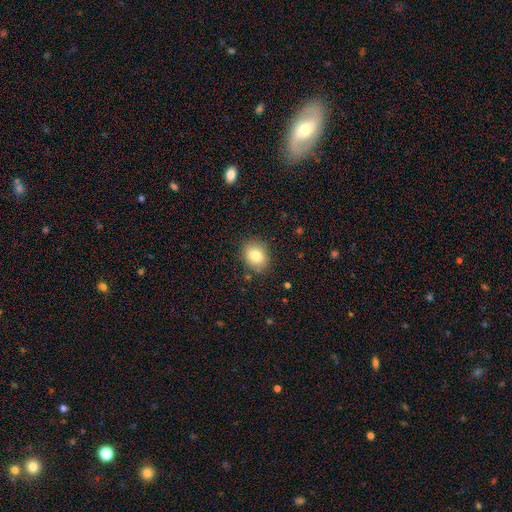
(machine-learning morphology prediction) The model was most divided on "how rounded": round: 52%, in between: 47%, cigar-shaped: 1%. More confident: merging — none (85%); smooth or featured — smooth (81%).